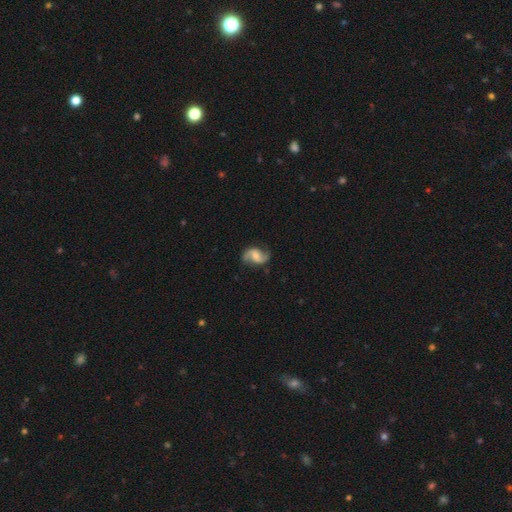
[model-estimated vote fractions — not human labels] smooth_or_featured: featured or disk (p=0.85) [alt: smooth p=0.10]
disk_edge_on: no (p=0.98) [alt: yes p=0.02]
bar: weak (p=0.46) [alt: no p=0.39]
has_spiral_arms: yes (p=0.97) [alt: no p=0.03]
spiral_winding: loose (p=0.54) [alt: medium p=0.37]
spiral_arm_count: 2 (p=0.93) [alt: can't tell p=0.02]
bulge_size: moderate (p=0.37) [tied with: small p=0.37]
merging: none (p=0.80) [alt: minor disturbance p=0.14]